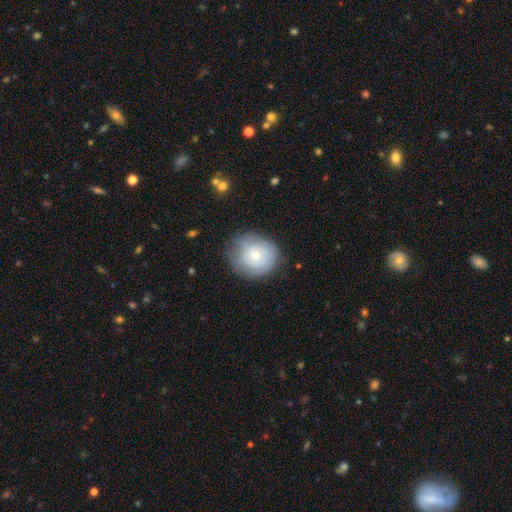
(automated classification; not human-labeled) The model was most divided on "smooth or featured": smooth: 57%, featured or disk: 35%, star or artifact: 8%. More confident: how rounded — round (85%); merging — none (71%).